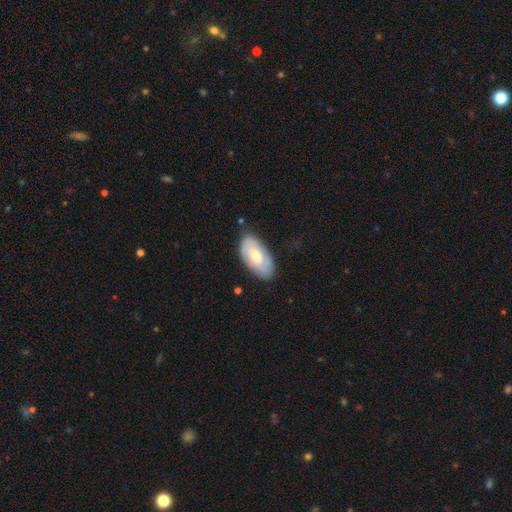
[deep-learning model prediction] smooth_or_featured: smooth (p=0.52) [alt: featured or disk p=0.42]
how_rounded: in between (p=0.93) [alt: cigar-shaped p=0.04]
merging: none (p=0.76) [alt: minor disturbance p=0.18]